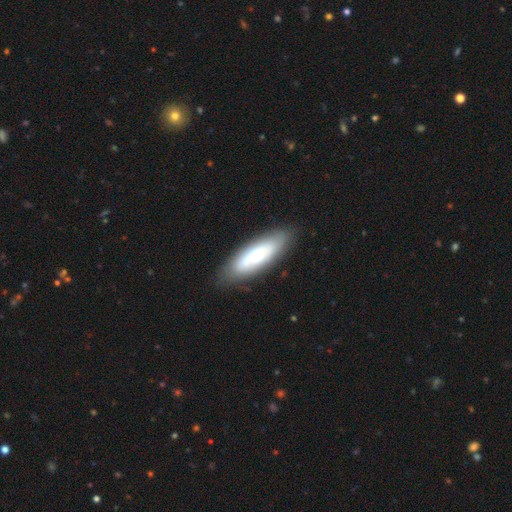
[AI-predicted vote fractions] Smooth or featured? smooth (48%)
Merging? none (81%)